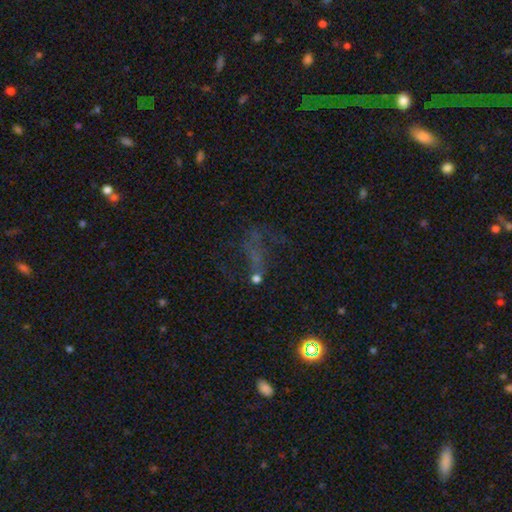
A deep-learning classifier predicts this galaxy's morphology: Smooth or featured? star or artifact (42%)